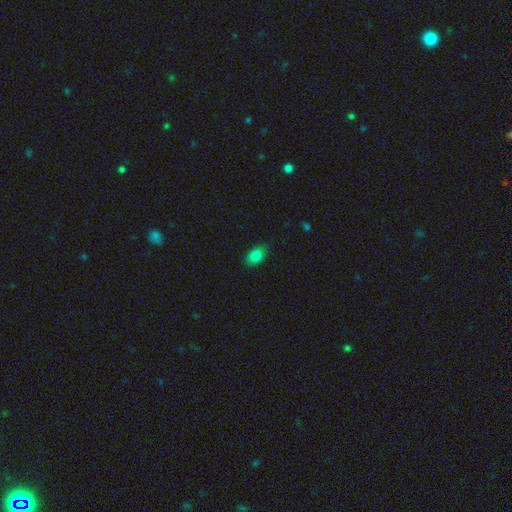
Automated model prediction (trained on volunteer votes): This appears to be a smooth galaxy with no disk features (82%) that is in between round and cigar-shaped (78%). Merging: none (83%).